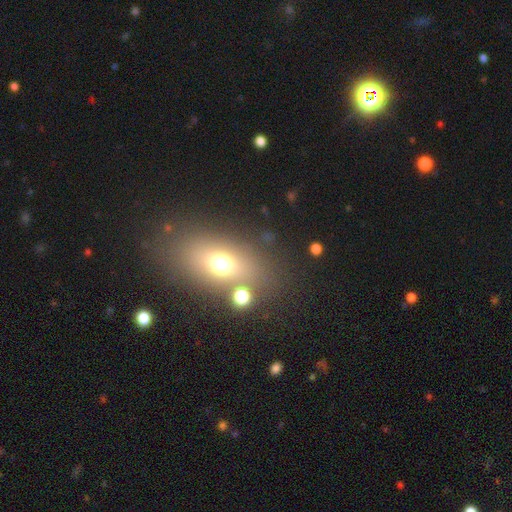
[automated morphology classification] Smooth or featured? smooth (55%)
How rounded? in between (75%)
Merging? none (74%)